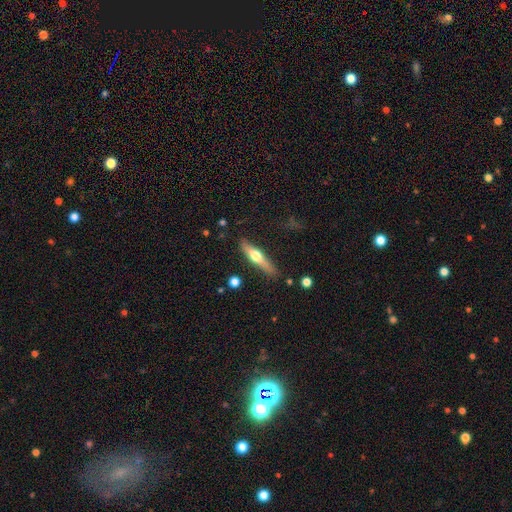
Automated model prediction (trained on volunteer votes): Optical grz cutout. It shows a featured or disk galaxy (55%) viewed edge-on (94%) with a rounded central bulge (93%). Merging: none (83%).